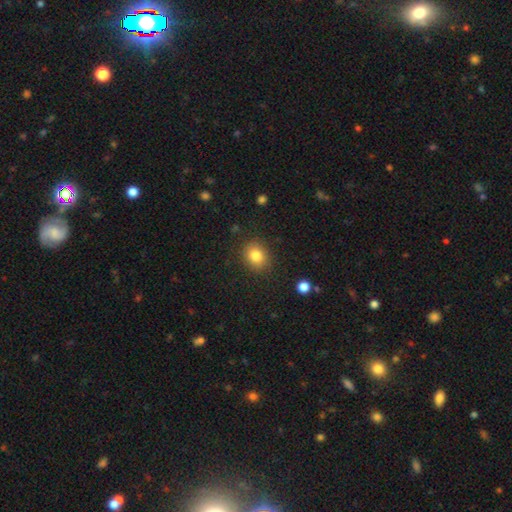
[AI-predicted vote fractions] Q: Smooth or featured?
A: smooth (83%); runner-up: star or artifact (10%)
Q: How rounded?
A: round (63%); runner-up: in between (36%)
Q: Merging?
A: none (86%); runner-up: minor disturbance (9%)